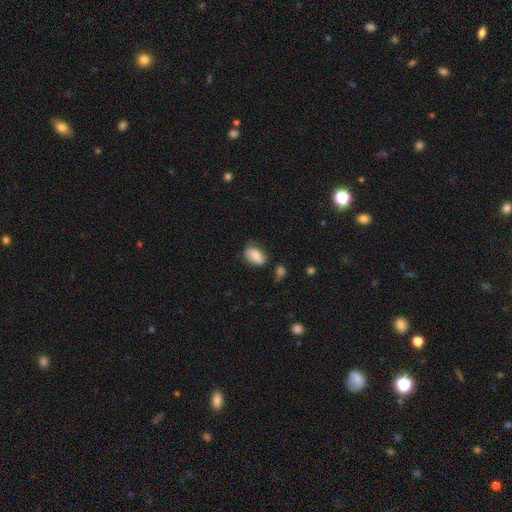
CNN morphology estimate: A smooth galaxy with no disk features (70%) that is in between round and cigar-shaped (88%). Merging: none (61%).